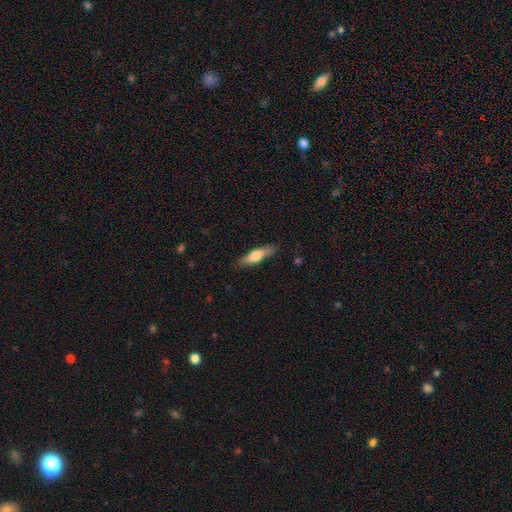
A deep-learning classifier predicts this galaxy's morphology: type=smooth (62%); roundness=cigar-shaped (63%); merging=none (81%).